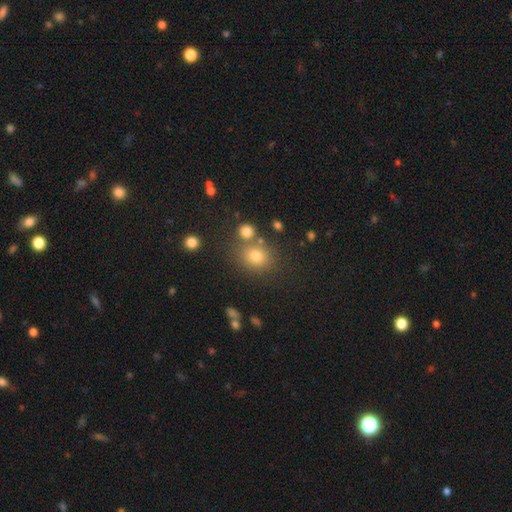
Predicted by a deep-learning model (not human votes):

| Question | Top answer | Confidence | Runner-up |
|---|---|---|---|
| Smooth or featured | smooth | 75% | star or artifact (17%) |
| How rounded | round | 71% | in between (28%) |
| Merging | none | 71% | merger (15%) |